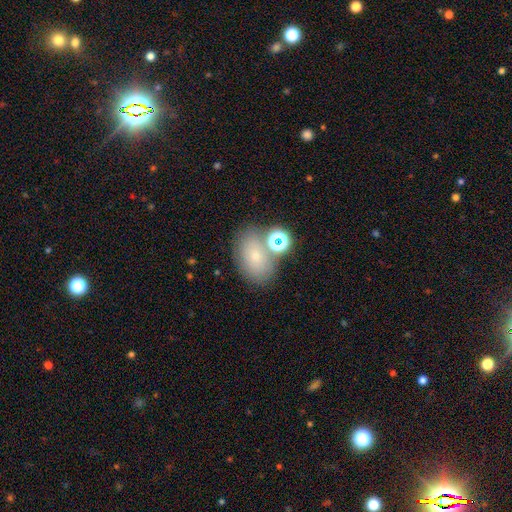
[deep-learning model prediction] Smooth or featured: smooth — 67% (star or artifact — 17%)
How rounded: in between — 75% (round — 24%)
Merging: none — 63% (merger — 17%)